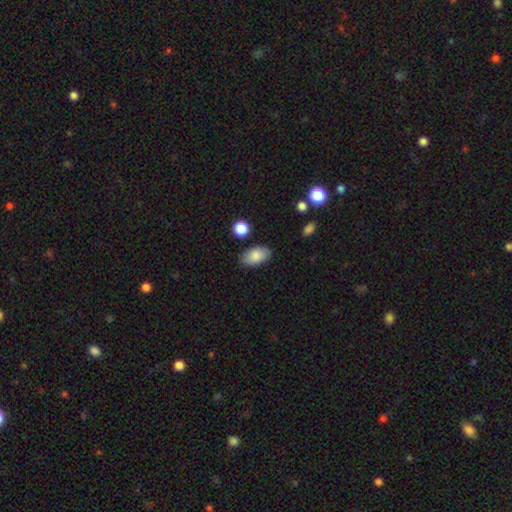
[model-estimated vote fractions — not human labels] Morphology: type=smooth (85%); roundness=in between (93%); merging=none (82%).